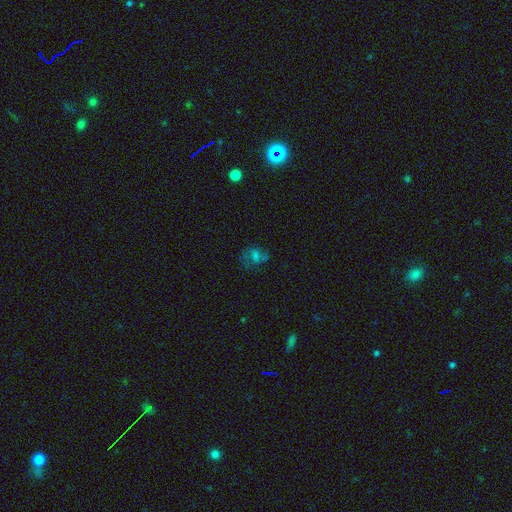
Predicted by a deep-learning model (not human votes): smooth_or_featured: smooth (p=0.39) [alt: featured or disk p=0.36]
merging: none (p=0.53) [alt: major disturbance p=0.22]